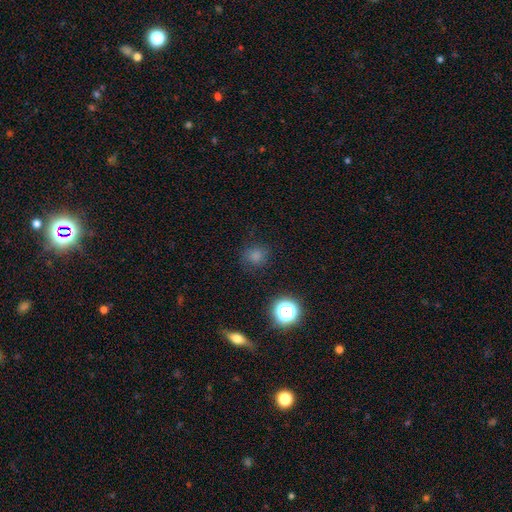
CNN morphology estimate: Overall: smooth (76%). How rounded: round (88%). Merging: none (82%).